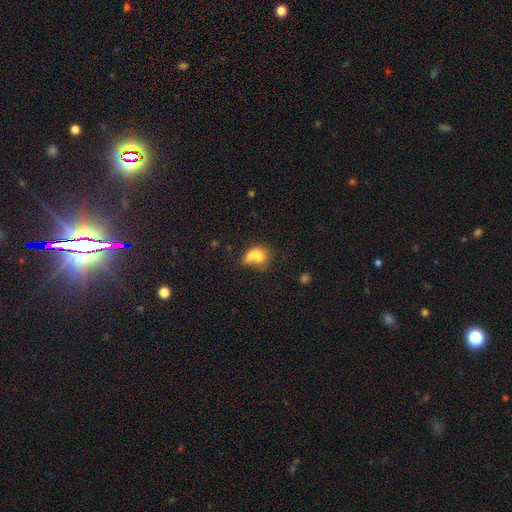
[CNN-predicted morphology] smooth-or-featured: smooth: 69% | featured or disk: 22% | star or artifact: 10%
  how-rounded: in between: 56% | round: 42% | cigar-shaped: 2%
  merging: merger: 61% | none: 19% | minor disturbance: 10% | major disturbance: 10%